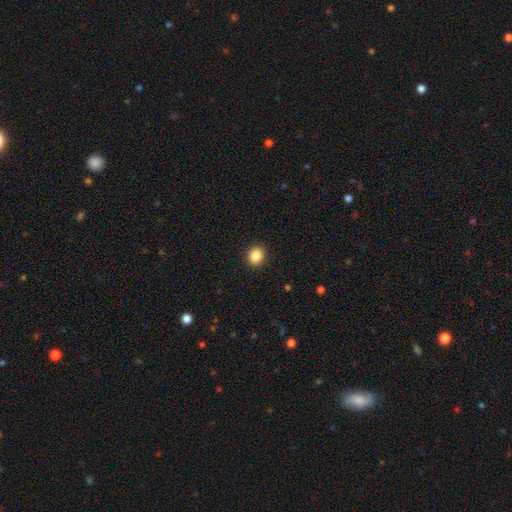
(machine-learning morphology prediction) A smooth galaxy with no disk features (87%) that is round (70%).

Vote fractions:
- Smooth or featured? smooth: 87% / star or artifact: 10% / featured or disk: 4%
- How rounded? round: 70% / in between: 29% / cigar-shaped: 1%
- Merging? none: 92% / minor disturbance: 6% / major disturbance: 2% / merger: 1%